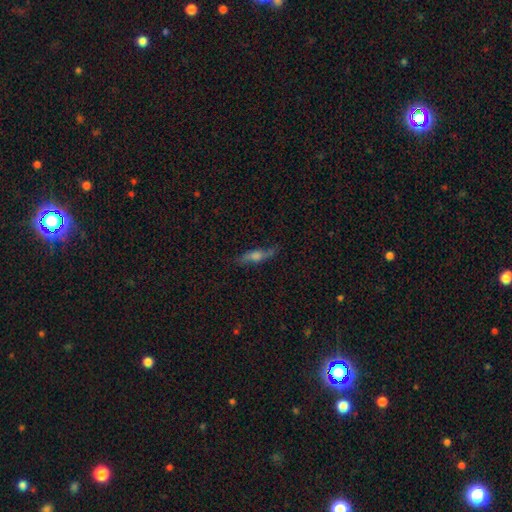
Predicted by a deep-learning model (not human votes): Smooth or featured?
  - featured or disk: 56% *
  - smooth: 35%
  - star or artifact: 10%
Edge-on disk?
  - yes: 83% *
  - no: 17%
Merging?
  - none: 75% *
  - minor disturbance: 18%
  - major disturbance: 5%
  - merger: 2%